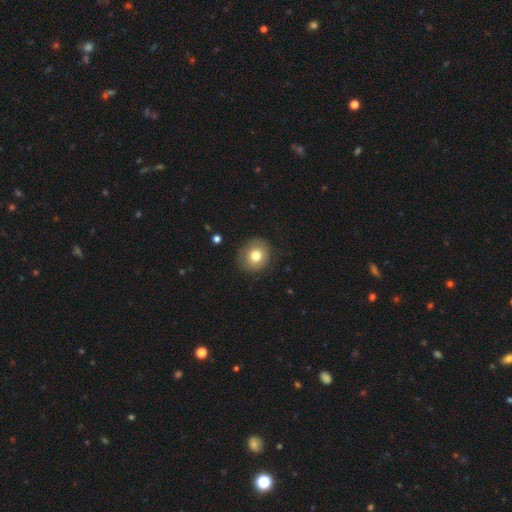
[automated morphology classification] Overall: smooth (77%). How rounded: round (88%). Merging: none (86%).